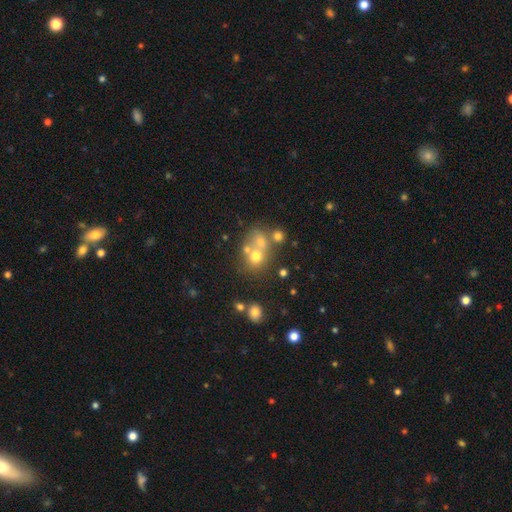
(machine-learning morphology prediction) A smooth galaxy with no disk features (60%) that is round (73%).

Vote fractions:
- Smooth or featured? smooth: 60% / featured or disk: 23% / star or artifact: 18%
- How rounded? round: 73% / in between: 26% / cigar-shaped: 1%
- Merging? merger: 46% / none: 39% / minor disturbance: 9% / major disturbance: 6%